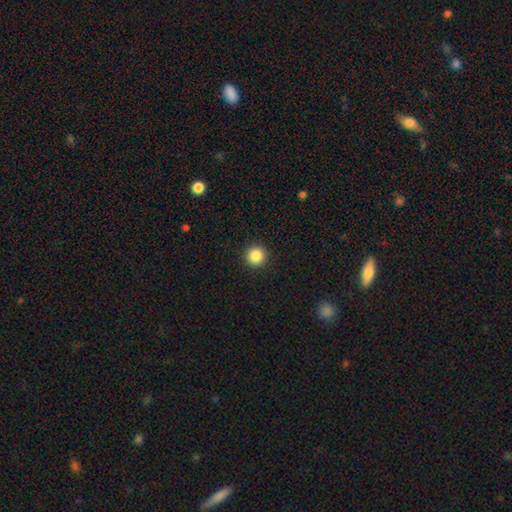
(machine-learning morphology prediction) This appears to be a smooth galaxy with no disk features (86%) that is round (96%). Merging: none (93%).